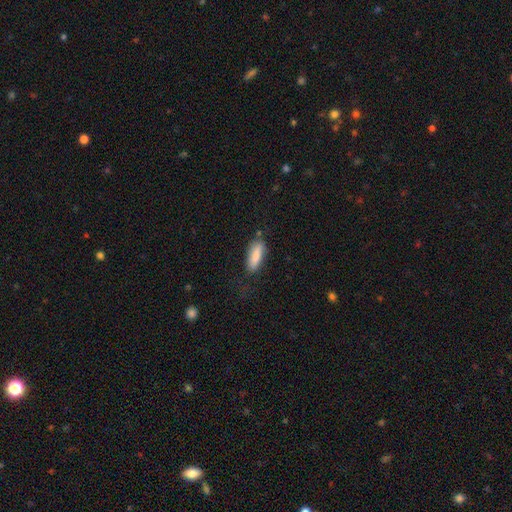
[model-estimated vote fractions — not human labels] Smooth or featured? Predicted: smooth (p=0.85). How rounded? Predicted: in between (p=0.56). Merging? Predicted: none (p=0.70).